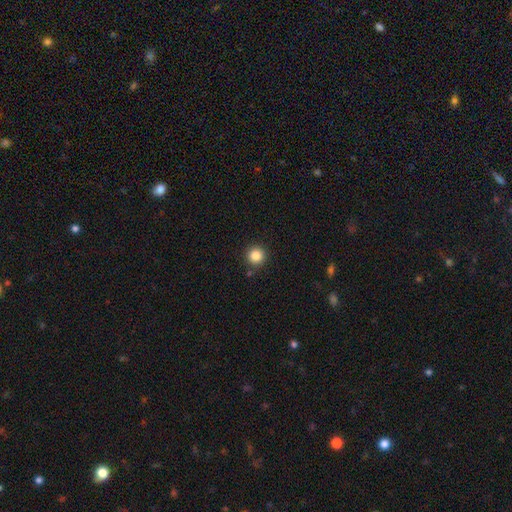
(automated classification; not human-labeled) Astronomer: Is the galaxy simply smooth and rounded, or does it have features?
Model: smooth — 85%.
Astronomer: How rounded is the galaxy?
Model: round — 95%.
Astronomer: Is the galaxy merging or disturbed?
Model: none — 89%.